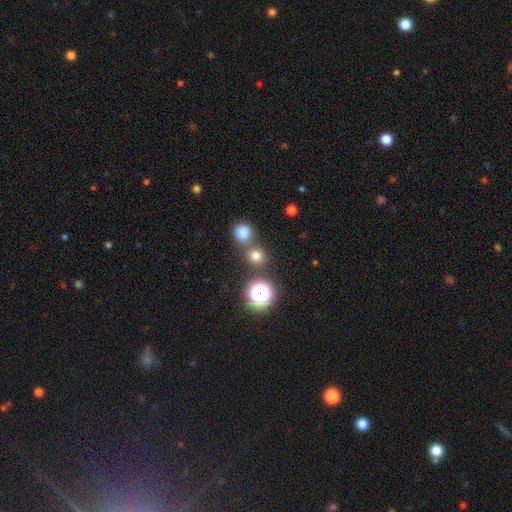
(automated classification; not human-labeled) smooth-or-featured: smooth: 72% | star or artifact: 22% | featured or disk: 6%
  how-rounded: round: 87% | in between: 12% | cigar-shaped: 1%
  merging: none: 69% | merger: 21% | minor disturbance: 7% | major disturbance: 3%